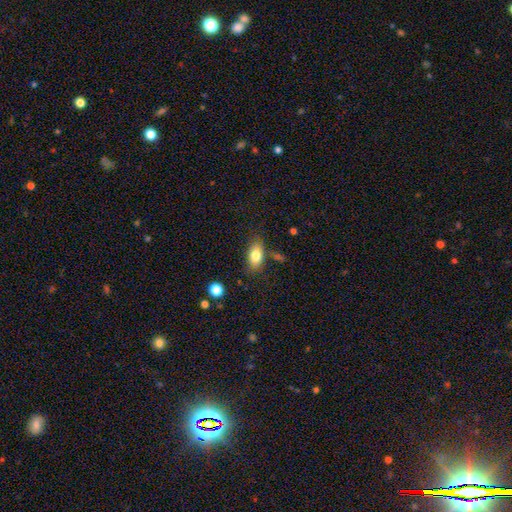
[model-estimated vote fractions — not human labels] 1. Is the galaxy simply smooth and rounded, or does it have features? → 80% smooth, 12% featured or disk, 8% star or artifact.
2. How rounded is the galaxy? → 88% in between, 7% round, 5% cigar-shaped.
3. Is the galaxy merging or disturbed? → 74% none, 17% minor disturbance, 5% merger, 4% major disturbance.